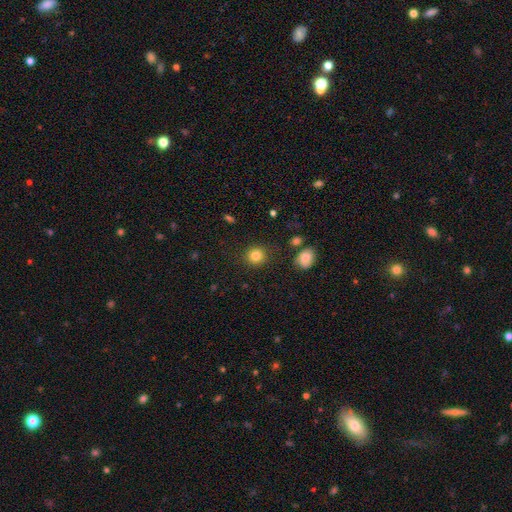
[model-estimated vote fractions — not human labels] Smooth or featured: smooth — 83% (star or artifact — 11%)
How rounded: round — 88% (in between — 11%)
Merging: none — 87% (minor disturbance — 8%)